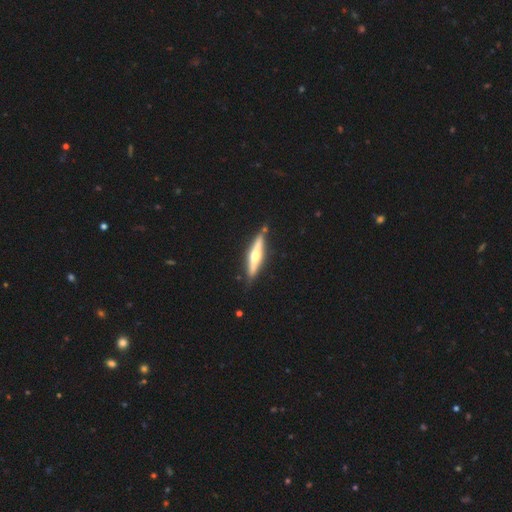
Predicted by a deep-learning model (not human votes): smooth-or-featured: featured or disk: 66% | smooth: 29% | star or artifact: 5%
  disk-edge-on: yes: 94% | no: 6%
    edge-on-bulge: rounded: 92% | none: 4% | boxy: 4%
  merging: none: 83% | minor disturbance: 11% | merger: 4% | major disturbance: 2%